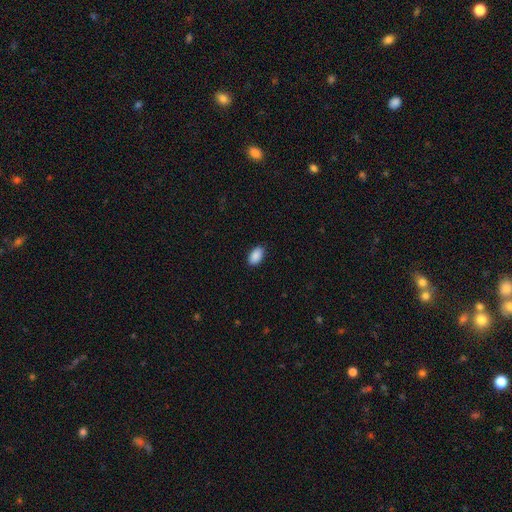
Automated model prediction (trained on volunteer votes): Q: Smooth or featured?
A: smooth (90%); runner-up: star or artifact (7%)
Q: How rounded?
A: in between (94%); runner-up: round (5%)
Q: Merging?
A: none (88%); runner-up: minor disturbance (9%)